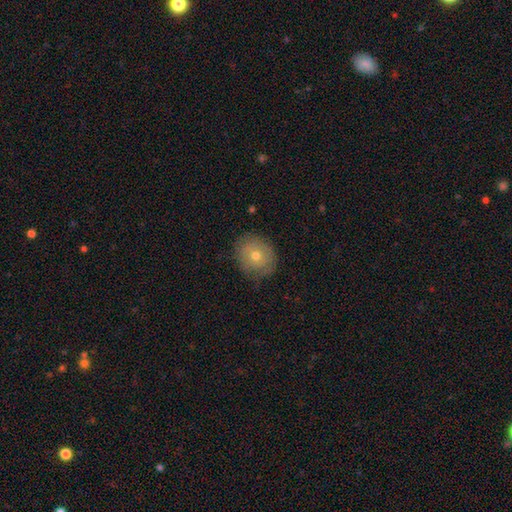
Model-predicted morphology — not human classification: smooth_or_featured: smooth (p=0.60) [alt: featured or disk p=0.29]
how_rounded: round (p=0.76) [alt: in between p=0.23]
merging: none (p=0.79) [alt: minor disturbance p=0.16]